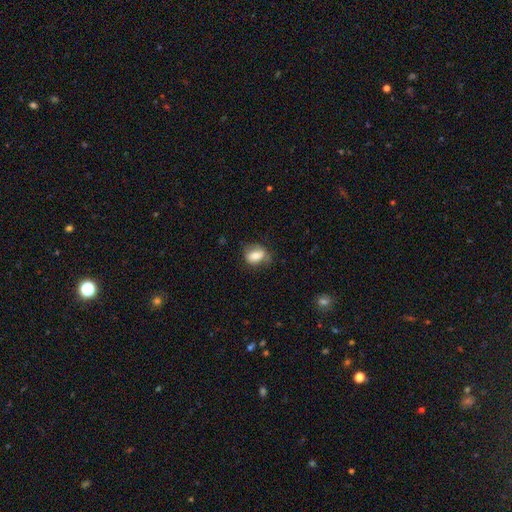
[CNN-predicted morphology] The model was most divided on "merging": none: 62%, minor disturbance: 27%, major disturbance: 9%, merger: 2%. More confident: smooth or featured — smooth (74%); how rounded — in between (70%).